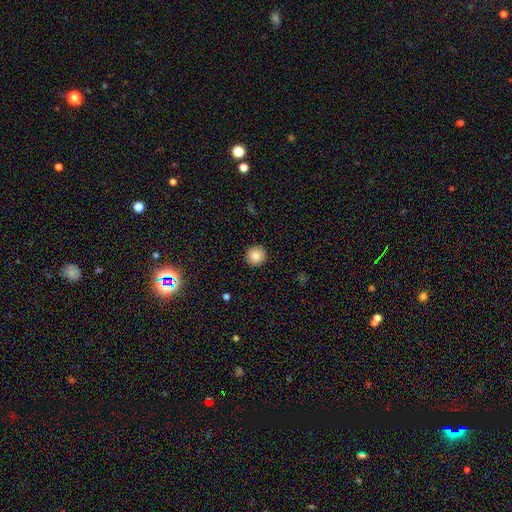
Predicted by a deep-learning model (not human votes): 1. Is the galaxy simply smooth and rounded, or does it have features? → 85% smooth, 10% star or artifact, 5% featured or disk.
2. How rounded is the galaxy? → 95% round, 4% in between, 1% cigar-shaped.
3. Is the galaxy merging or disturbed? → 92% none, 5% minor disturbance, 2% major disturbance, 1% merger.